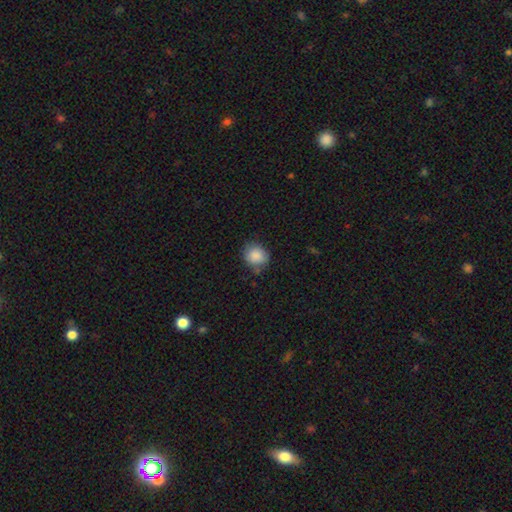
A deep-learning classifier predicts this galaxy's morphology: smooth 87%, star or artifact 8%, featured or disk 5%. Down the decision tree: how rounded — round (73%); merging — none (75%).